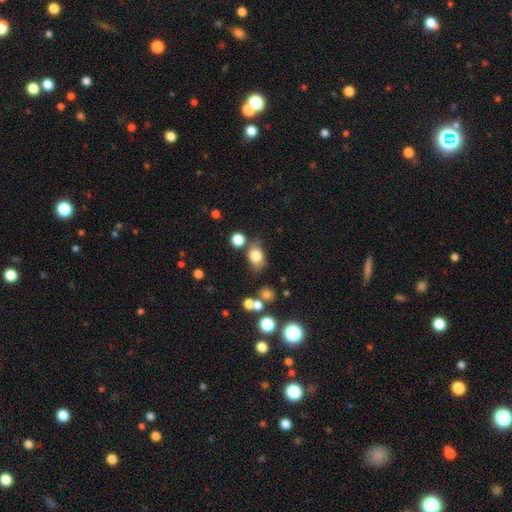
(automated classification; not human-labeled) A smooth galaxy with no disk features (80%) that is in between round and cigar-shaped (65%).

Vote fractions:
- Smooth or featured? smooth: 80% / star or artifact: 11% / featured or disk: 9%
- How rounded? in between: 65% / round: 33% / cigar-shaped: 2%
- Merging? none: 64% / minor disturbance: 20% / merger: 9% / major disturbance: 7%